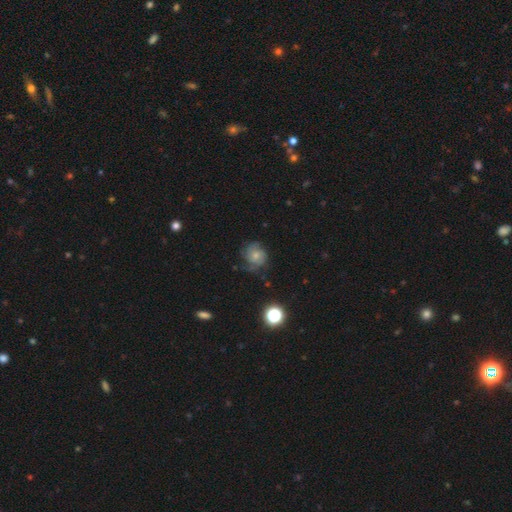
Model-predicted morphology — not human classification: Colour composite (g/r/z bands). It shows a featured or disk galaxy (53%) with no bar (80%), spiral arms (85%) and a small central bulge (50%). Merging: none (58%).